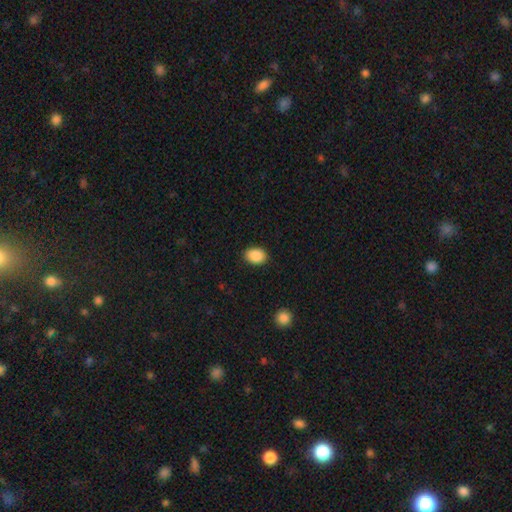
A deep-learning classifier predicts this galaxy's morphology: Q: Smooth or featured?
A: smooth (90%); runner-up: star or artifact (7%)
Q: How rounded?
A: in between (71%); runner-up: round (28%)
Q: Merging?
A: none (88%); runner-up: minor disturbance (9%)